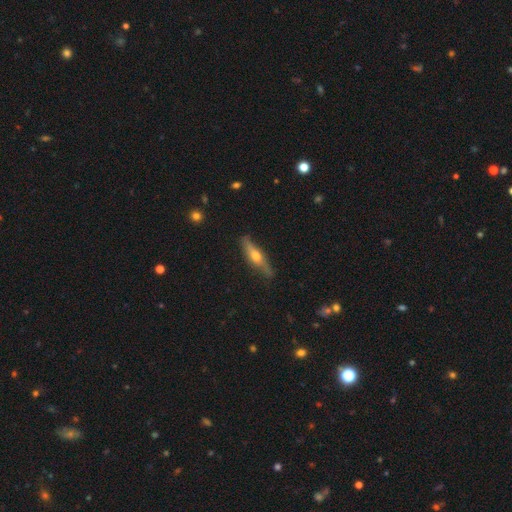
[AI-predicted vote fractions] smooth_or_featured: featured or disk (p=0.61) [alt: smooth p=0.33]
disk_edge_on: yes (p=0.88) [alt: no p=0.12]
edge_on_bulge: rounded (p=0.91) [alt: none p=0.05]
merging: none (p=0.79) [alt: minor disturbance p=0.17]